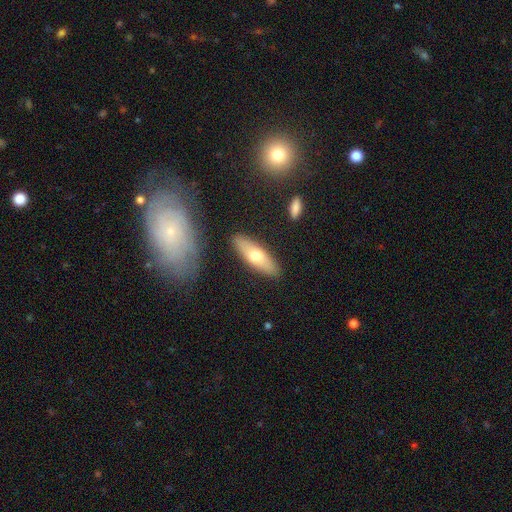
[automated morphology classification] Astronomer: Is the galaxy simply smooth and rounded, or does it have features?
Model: smooth — 61%.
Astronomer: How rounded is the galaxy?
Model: in between — 52% (runner-up: cigar-shaped, 46%).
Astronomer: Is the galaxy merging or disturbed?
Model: none — 86%.